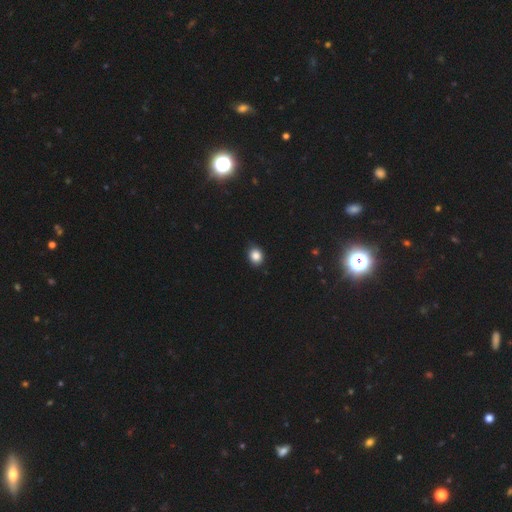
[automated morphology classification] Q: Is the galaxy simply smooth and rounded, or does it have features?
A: smooth — 86%.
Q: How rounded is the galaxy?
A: round — 58%.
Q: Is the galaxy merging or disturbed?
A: none — 84%.